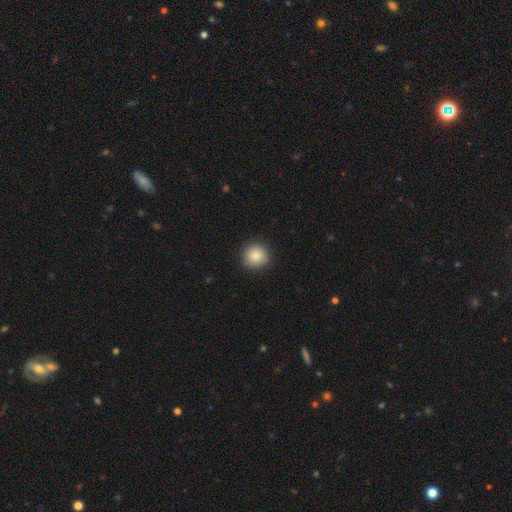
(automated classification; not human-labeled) Smooth or featured? smooth (86%)
How rounded? round (94%)
Merging? none (91%)